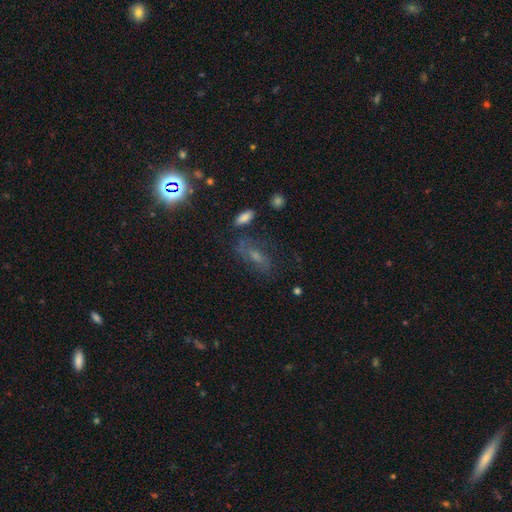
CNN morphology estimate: smooth-or-featured: featured or disk: 37% | star or artifact: 32% | smooth: 31%
  merging: none: 62% | minor disturbance: 18% | major disturbance: 12% | merger: 8%